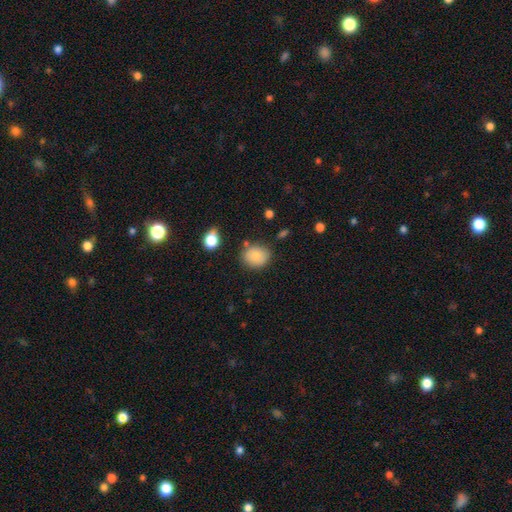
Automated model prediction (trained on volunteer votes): Morphology: type=smooth (79%); roundness=round (62%); merging=none (78%).